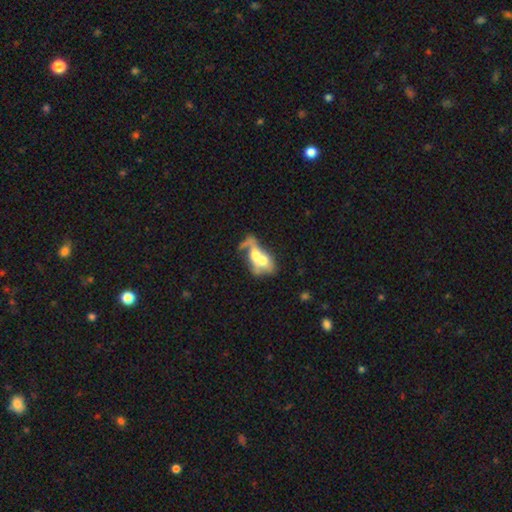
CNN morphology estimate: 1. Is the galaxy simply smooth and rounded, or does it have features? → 49% smooth, 43% featured or disk, 8% star or artifact.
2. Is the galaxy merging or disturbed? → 75% merger, 11% major disturbance, 9% none, 5% minor disturbance.